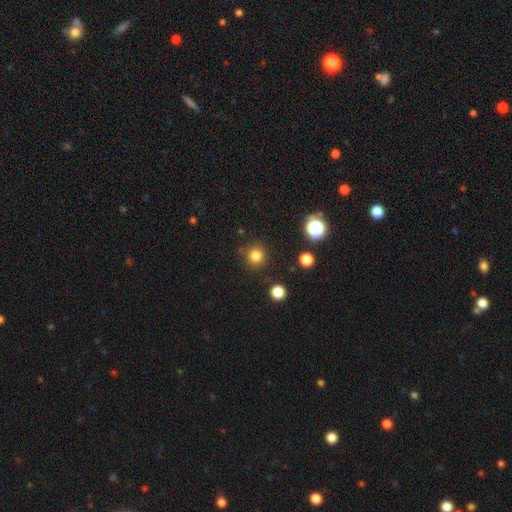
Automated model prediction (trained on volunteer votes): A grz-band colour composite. It shows a smooth galaxy with no disk features (81%) that is round (94%). Merging: none (88%).